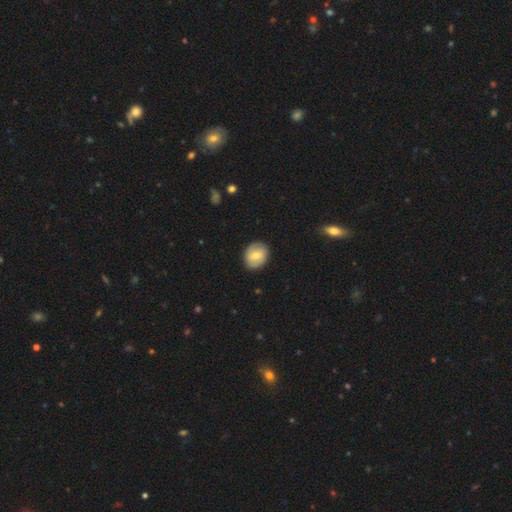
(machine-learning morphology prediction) Smooth or featured? smooth (59%)
How rounded? round (62%)
Merging? none (86%)